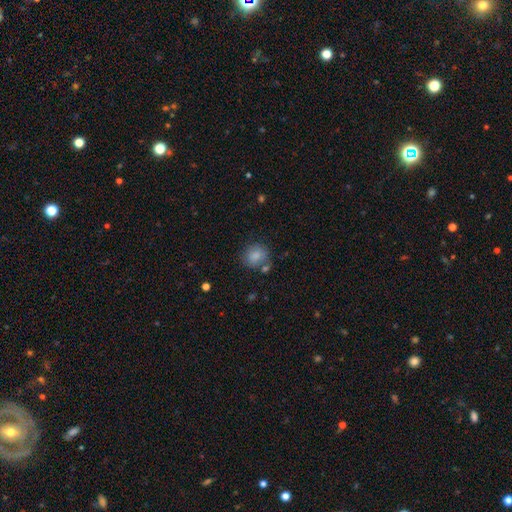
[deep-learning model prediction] smooth_or_featured: smooth (p=0.84) [alt: star or artifact p=0.09]
how_rounded: round (p=0.73) [alt: in between p=0.26]
merging: none (p=0.69) [alt: minor disturbance p=0.15]